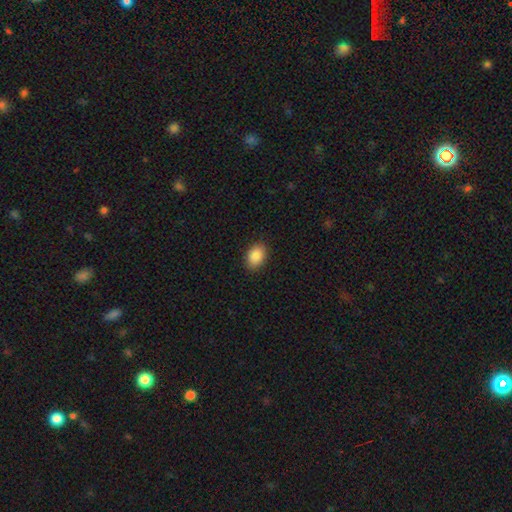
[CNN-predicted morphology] Smooth or featured: smooth — 88% (star or artifact — 8%)
How rounded: in between — 81% (round — 17%)
Merging: none — 89% (minor disturbance — 8%)